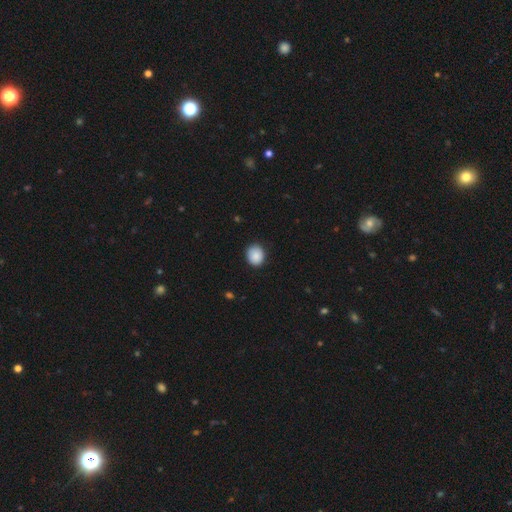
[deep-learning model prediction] Smooth or featured? Predicted: smooth (p=0.88). How rounded? Predicted: round (p=0.68). Merging? Predicted: none (p=0.85).